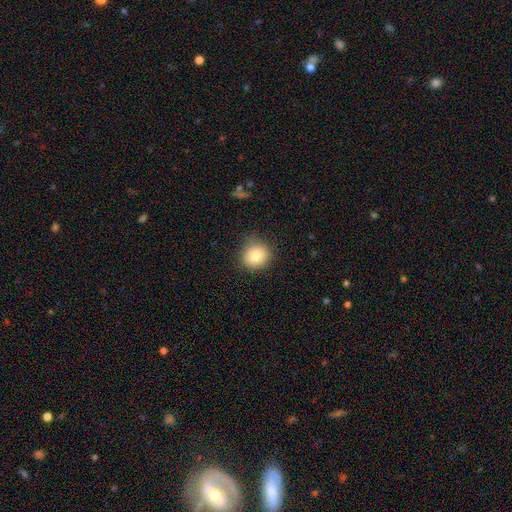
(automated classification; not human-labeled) This is clearly a smooth galaxy (83%). How rounded: clearly round (86%). Merging: clearly none (81%).